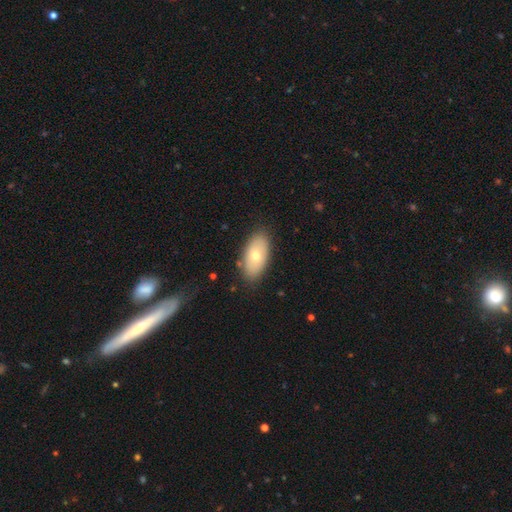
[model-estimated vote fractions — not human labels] A smooth galaxy with no disk features (70%) that is in between round and cigar-shaped (93%).

Vote fractions:
- Smooth or featured? smooth: 70% / featured or disk: 24% / star or artifact: 6%
- How rounded? in between: 93% / round: 4% / cigar-shaped: 3%
- Merging? none: 84% / minor disturbance: 12% / major disturbance: 3% / merger: 2%